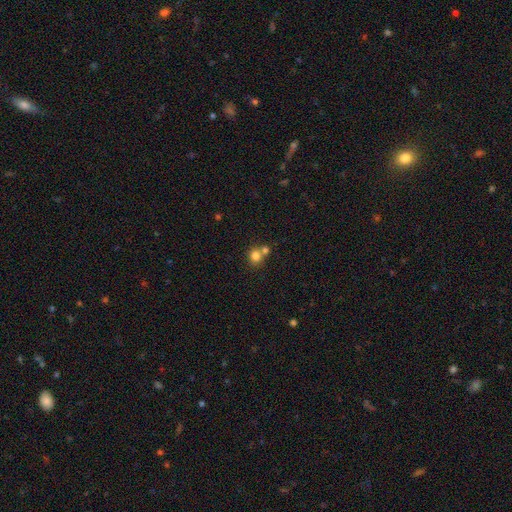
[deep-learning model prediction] The model was most divided on "merging": none: 50%, merger: 40%, minor disturbance: 7%, major disturbance: 3%. More confident: smooth or featured — smooth (80%); how rounded — round (79%).